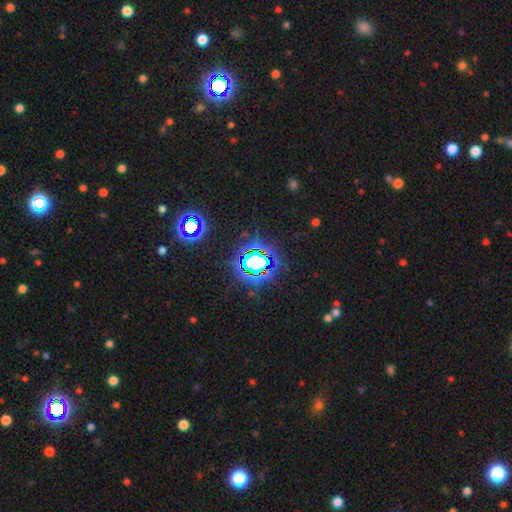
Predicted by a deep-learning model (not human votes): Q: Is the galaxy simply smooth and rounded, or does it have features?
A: star or artifact — 82%.